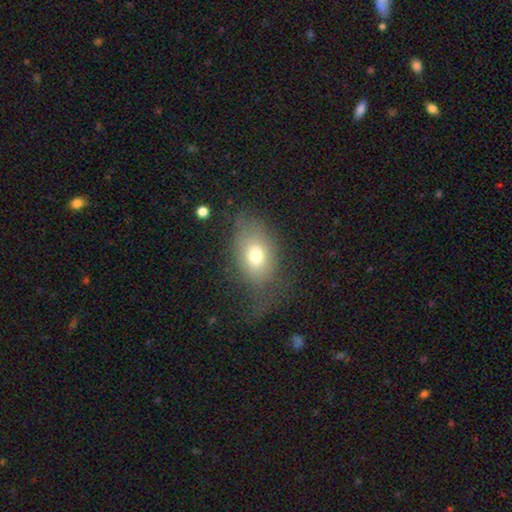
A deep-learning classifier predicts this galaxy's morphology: Smooth or featured? Predicted: smooth (p=0.72). How rounded? Predicted: in between (p=0.77). Merging? Predicted: none (p=0.51).